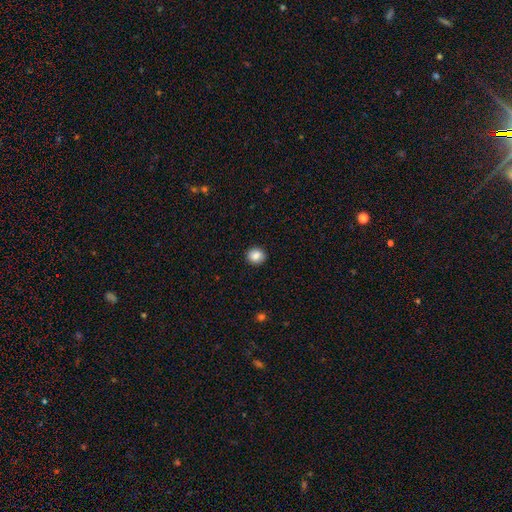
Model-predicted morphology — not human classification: A smooth galaxy with no disk features (87%) that is round (82%).

Vote fractions:
- Smooth or featured? smooth: 87% / star or artifact: 9% / featured or disk: 4%
- How rounded? round: 82% / in between: 17% / cigar-shaped: 1%
- Merging? none: 91% / minor disturbance: 6% / major disturbance: 2% / merger: 1%